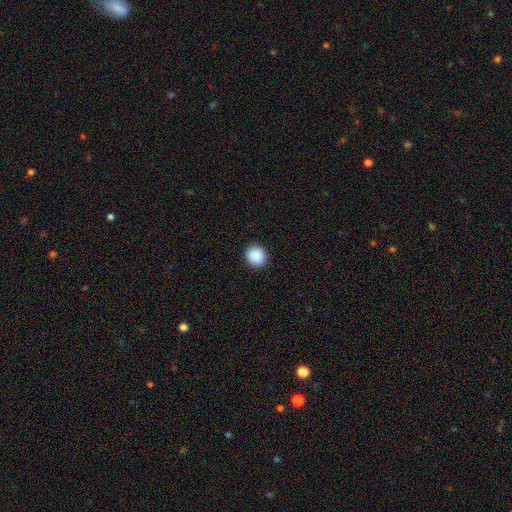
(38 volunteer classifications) Smooth or featured: smooth — 95% (featured or disk — 3%)
How rounded: round — 97% (in between — 3%)
Merging: none — 95% (minor disturbance — 3%)